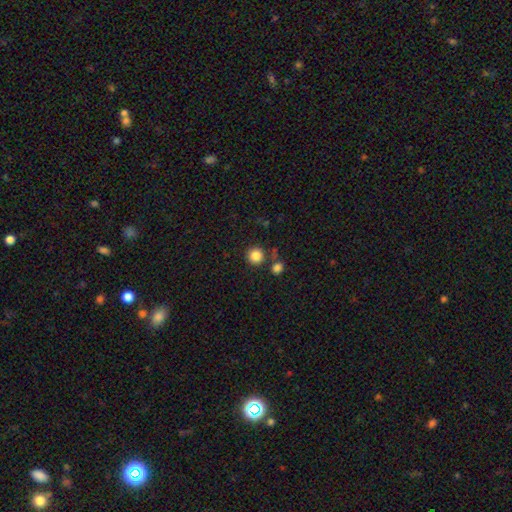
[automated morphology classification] Smooth or featured: smooth — 85% (star or artifact — 11%)
How rounded: round — 94% (in between — 5%)
Merging: none — 79% (merger — 11%)